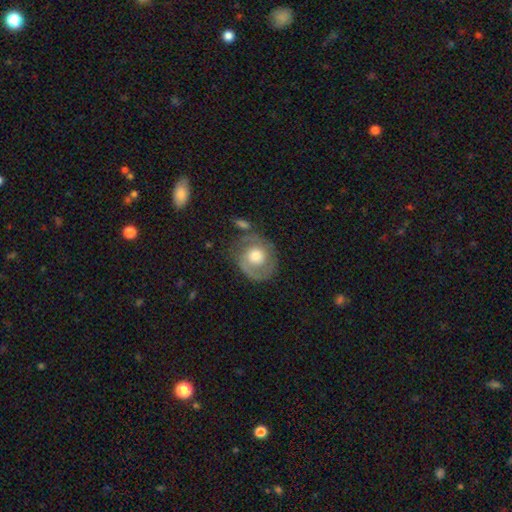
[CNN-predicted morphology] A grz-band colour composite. It shows a featured or disk galaxy (65%) with no bar (79%), 2 (62%) tight (50%) spiral arms (81%) and a moderate central bulge (56%). Merging: none (66%).